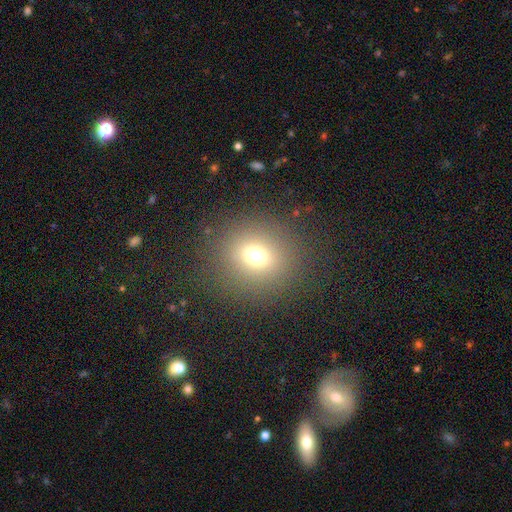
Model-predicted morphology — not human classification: Overall: smooth (70%). How rounded: round (85%). Merging: none (86%).